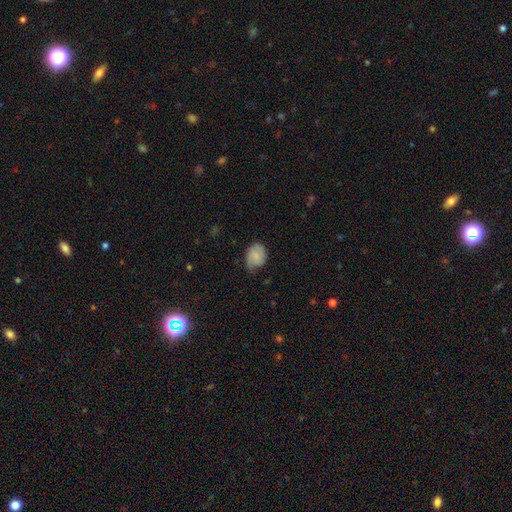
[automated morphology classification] smooth 69%, featured or disk 23%, star or artifact 8%. Down the decision tree: how rounded — in between (63%); merging — none (61%).